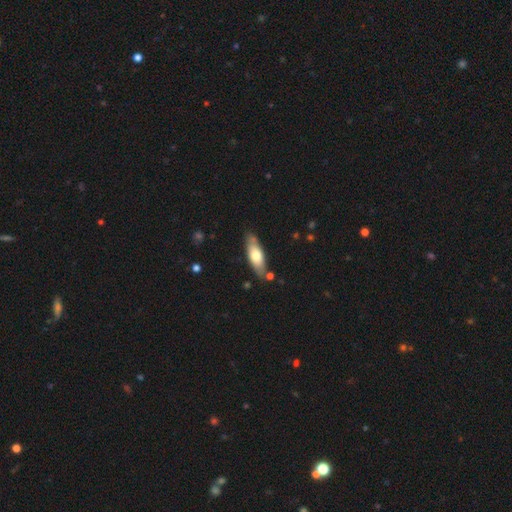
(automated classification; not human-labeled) A smooth galaxy with no disk features (60%) that is in between round and cigar-shaped (60%). Merging: none (78%).